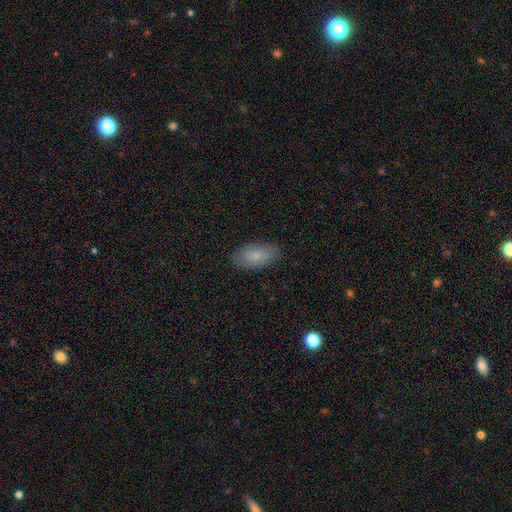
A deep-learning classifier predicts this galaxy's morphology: A smooth galaxy with no disk features (83%) that is in between round and cigar-shaped (92%). Merging: none (86%).